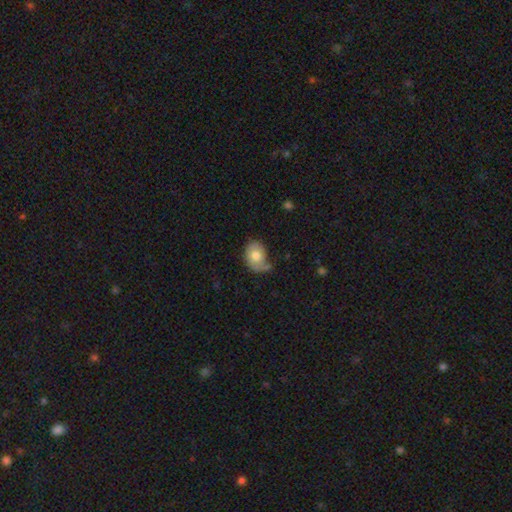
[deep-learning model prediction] A smooth galaxy with no disk features (64%) that is in between round and cigar-shaped (65%). Merging: none (44%).